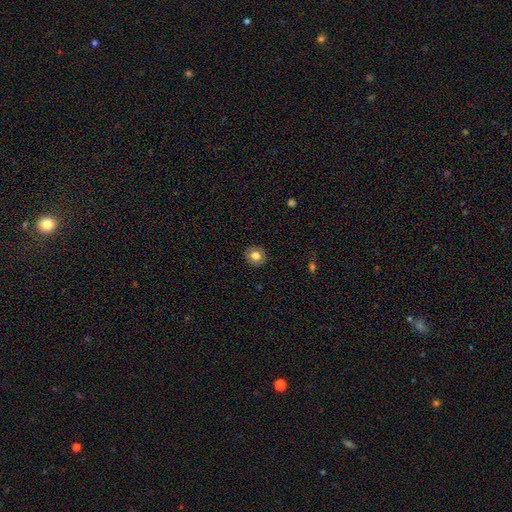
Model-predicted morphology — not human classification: This is likely a smooth galaxy (79%). How rounded: clearly round (90%). Merging: clearly none (91%).